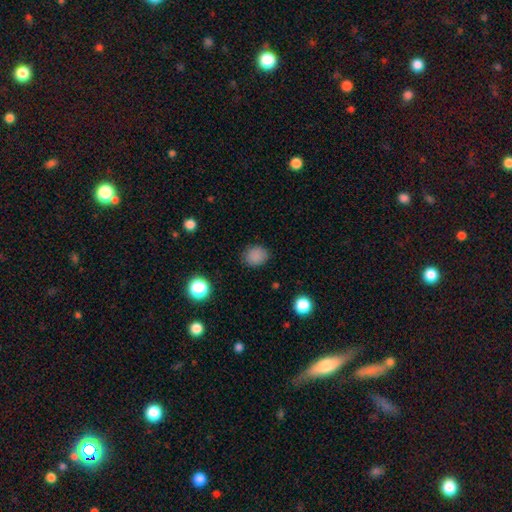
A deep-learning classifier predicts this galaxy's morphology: This appears to be a smooth galaxy with no disk features (85%) that is round (62%). Merging: none (84%).